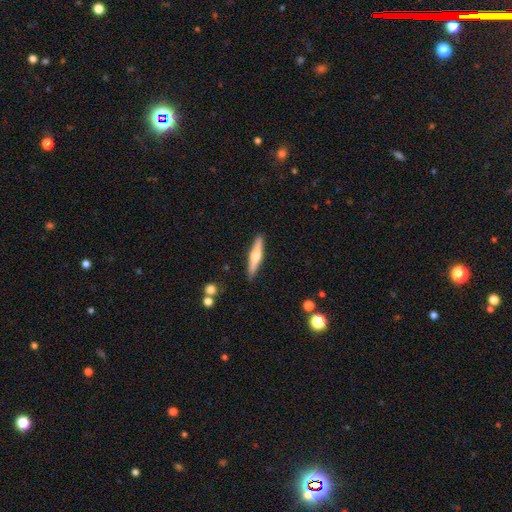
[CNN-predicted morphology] This is possibly a featured or disk galaxy (51%). It is clearly viewed edge-on (96%). Merging: clearly none (89%).